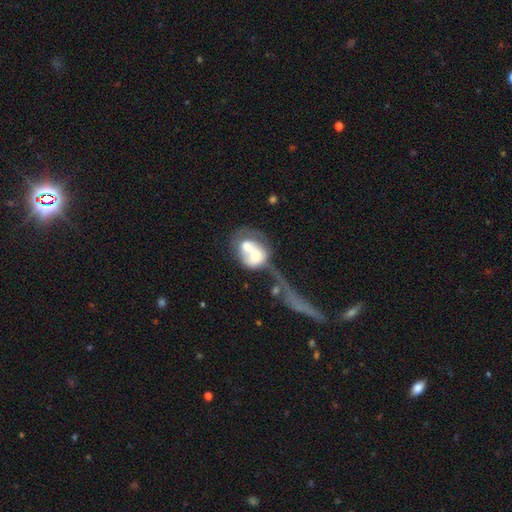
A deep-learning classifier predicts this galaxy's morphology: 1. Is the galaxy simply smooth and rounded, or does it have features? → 47% smooth, 45% featured or disk, 8% star or artifact.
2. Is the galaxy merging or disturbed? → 63% merger, 21% major disturbance, 10% none, 6% minor disturbance.